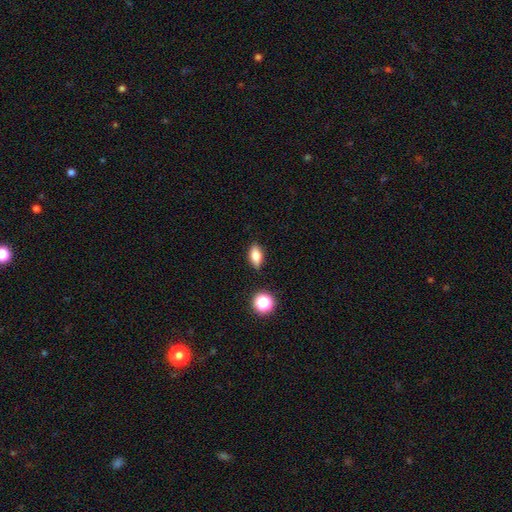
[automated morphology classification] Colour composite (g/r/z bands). It shows a smooth galaxy with no disk features (79%) that is in between round and cigar-shaped (82%). Merging: none (85%).